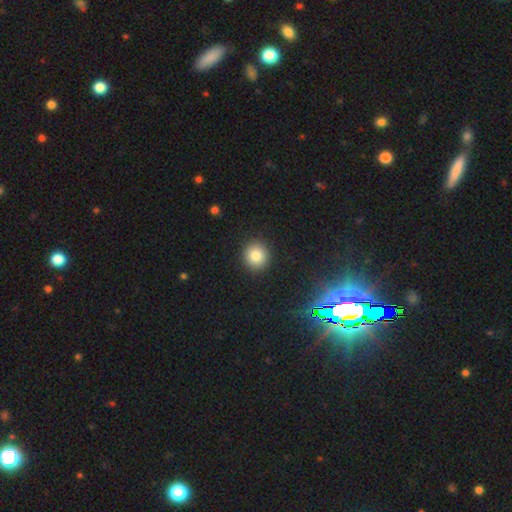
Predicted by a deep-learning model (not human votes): The model was most divided on "smooth or featured": smooth: 83%, star or artifact: 11%, featured or disk: 6%. More confident: how rounded — round (92%); merging — none (92%).